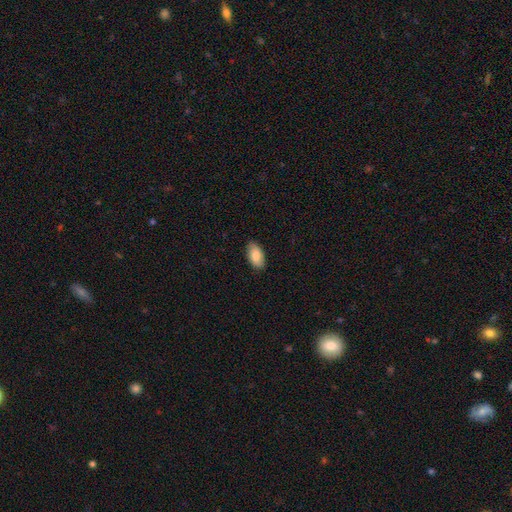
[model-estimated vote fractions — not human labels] A smooth galaxy with no disk features (84%) that is in between round and cigar-shaped (95%). Merging: none (88%).